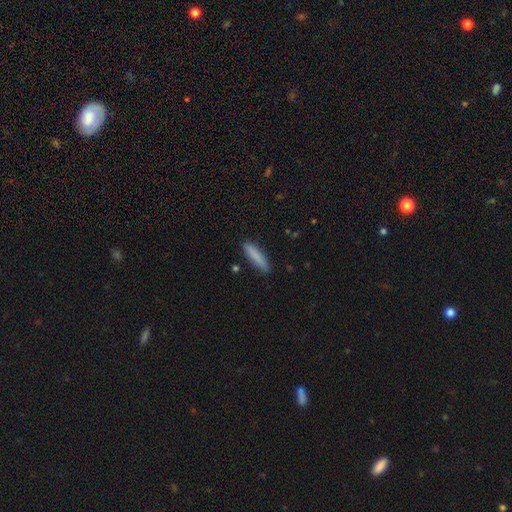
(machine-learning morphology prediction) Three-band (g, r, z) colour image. It shows a smooth galaxy with no disk features (85%) that is cigar-shaped (84%). Merging: none (86%).